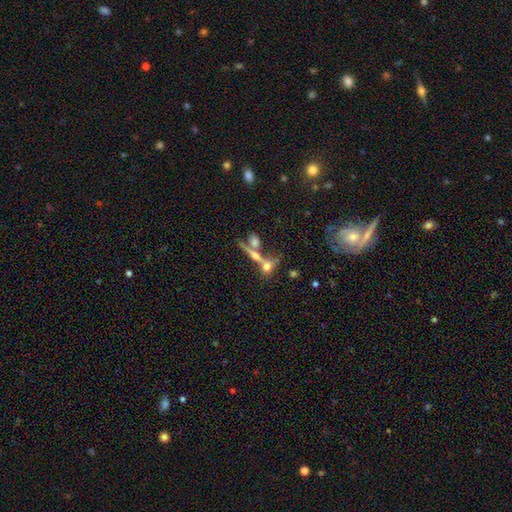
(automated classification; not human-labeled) Morphology: type=featured or disk (43%); merging=merger (44%).